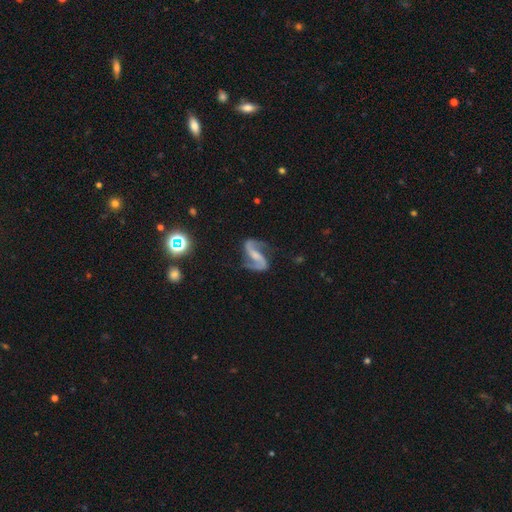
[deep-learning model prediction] Smooth or featured?
  - featured or disk: 90% *
  - star or artifact: 5%
  - smooth: 4%
Edge-on disk?
  - no: 97% *
  - yes: 3%
Bar?
  - strong: 38% * (tied)
  - weak: 38% * (tied)
  - no: 24%
Spiral arms?
  - yes: 98% *
  - no: 2%
Spiral winding?
  - loose: 53% *
  - medium: 38%
  - tight: 9%
Spiral arm count?
  - 2: 94% *
  - can't tell: 2%
  - 1: 1%
  - 3: 1%
  - 4: 1%
  - more than 4: 1%
Bulge size?
  - small: 39% *
  - none: 31%
  - moderate: 25%
  - large: 4%
  - dominant: 1%
Merging?
  - none: 75% *
  - minor disturbance: 15%
  - major disturbance: 7%
  - merger: 2%